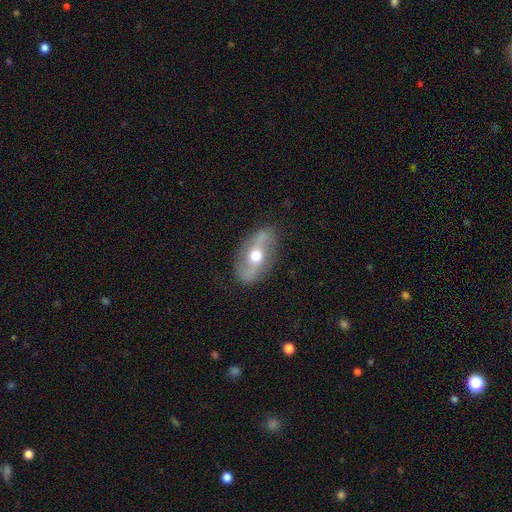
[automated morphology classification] This is likely a featured or disk galaxy (69%). It is clearly not viewed edge-on (85%). Bar: marginally no (40%). Spiral arm pattern: likely yes (61%). Central bulge: likely moderate (77%). Merging: clearly none (83%).